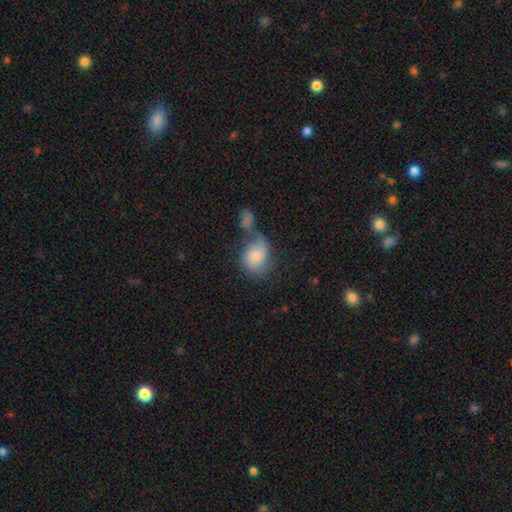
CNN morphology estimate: smooth_or_featured: smooth (p=0.63) [alt: featured or disk p=0.29]
how_rounded: in between (p=0.58) [alt: round p=0.41]
merging: merger (p=0.48) [alt: none p=0.21]